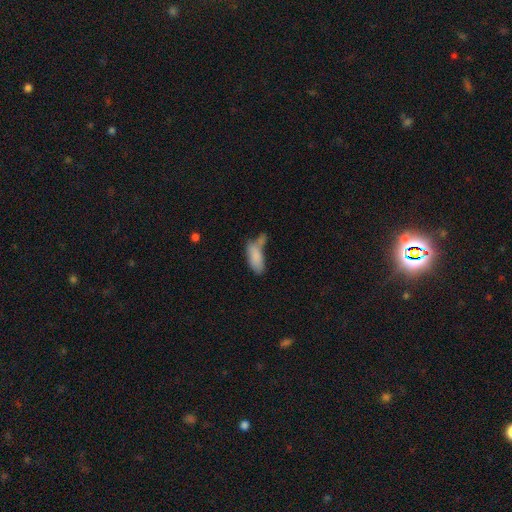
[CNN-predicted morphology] smooth-or-featured: smooth: 81% | featured or disk: 12% | star or artifact: 8%
  how-rounded: in between: 78% | cigar-shaped: 19% | round: 2%
  merging: merger: 34% | none: 32% | minor disturbance: 20% | major disturbance: 13%